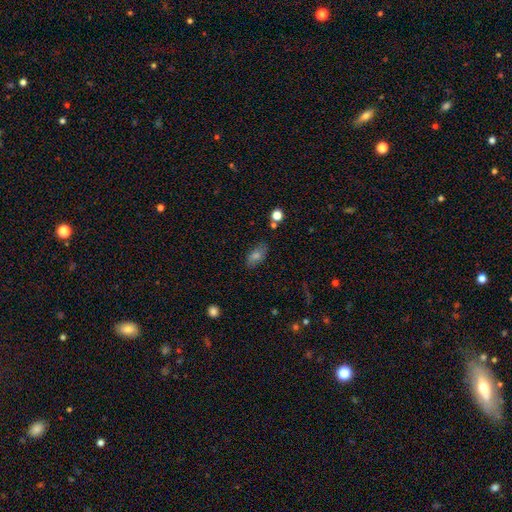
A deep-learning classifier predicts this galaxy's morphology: This appears to be a smooth galaxy with no disk features (53%) that is in between round and cigar-shaped (83%). Merging: none (78%).